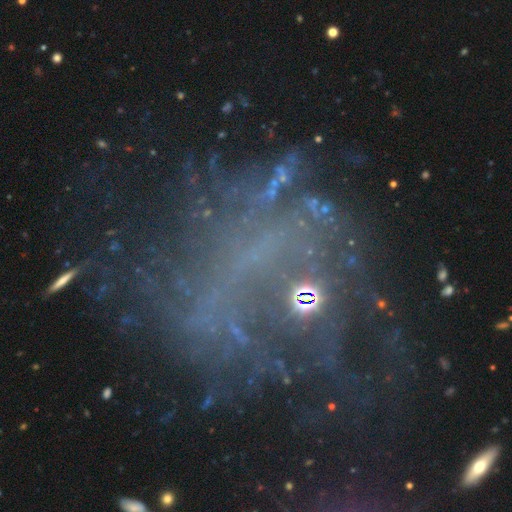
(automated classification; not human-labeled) A featured or disk galaxy (55%) with no bar (76%), no spiral arms (58%) and no central bulge (54%). Merging: none (48%).